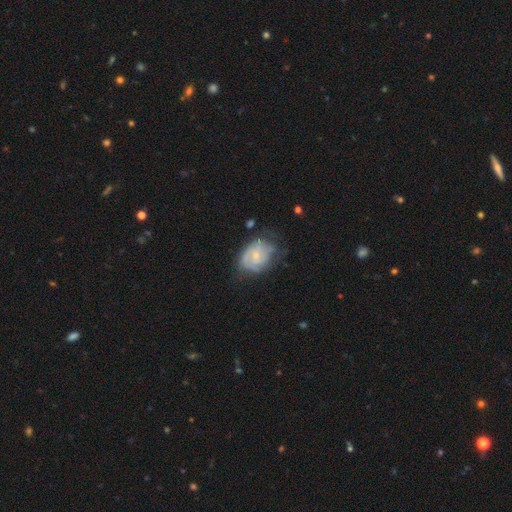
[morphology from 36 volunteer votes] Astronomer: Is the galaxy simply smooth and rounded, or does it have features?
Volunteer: featured or disk — 72%.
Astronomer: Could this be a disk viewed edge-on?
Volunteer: no — 96%.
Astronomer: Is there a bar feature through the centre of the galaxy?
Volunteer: no — 68%.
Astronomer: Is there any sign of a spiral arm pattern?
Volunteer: yes — 88%.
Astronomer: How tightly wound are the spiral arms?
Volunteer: tight — 64%.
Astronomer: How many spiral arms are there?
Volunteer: can't tell — 45% (runner-up: 2, 23%).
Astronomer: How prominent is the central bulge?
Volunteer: small — 72%.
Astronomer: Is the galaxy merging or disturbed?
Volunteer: minor disturbance — 42% (runner-up: none, 39%).